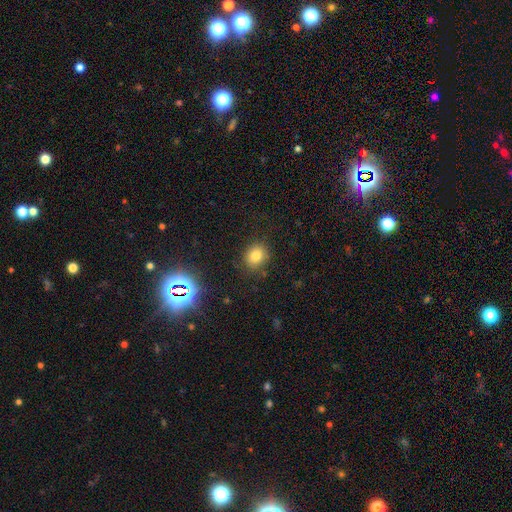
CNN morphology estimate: Smooth or featured: smooth — 79% (star or artifact — 13%)
How rounded: round — 67% (in between — 32%)
Merging: none — 83% (minor disturbance — 11%)